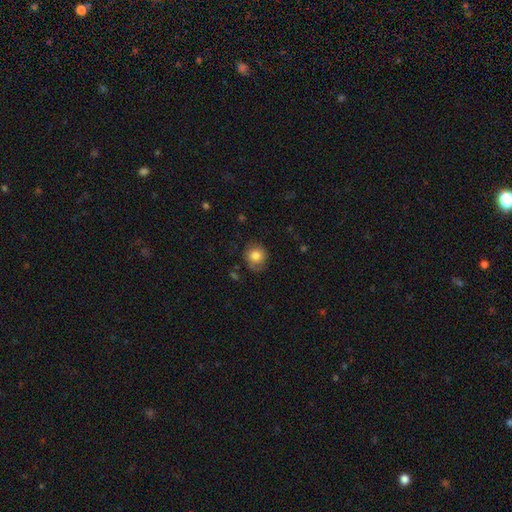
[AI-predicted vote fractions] The model was most divided on "merging": none: 69%, minor disturbance: 22%, major disturbance: 7%, merger: 1%. More confident: how rounded — round (80%); smooth or featured — smooth (79%).